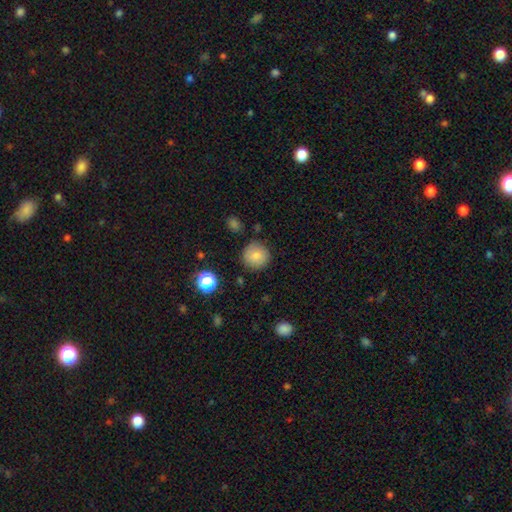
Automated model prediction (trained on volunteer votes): Overall: smooth (83%). How rounded: round (93%). Merging: none (85%).